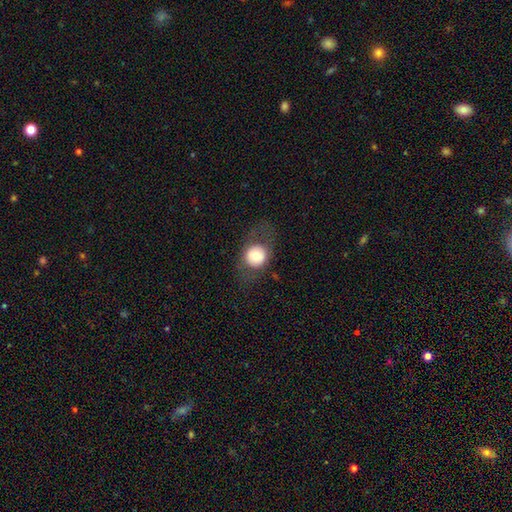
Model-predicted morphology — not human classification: Overall: smooth (67%). How rounded: round (82%). Merging: none (75%).